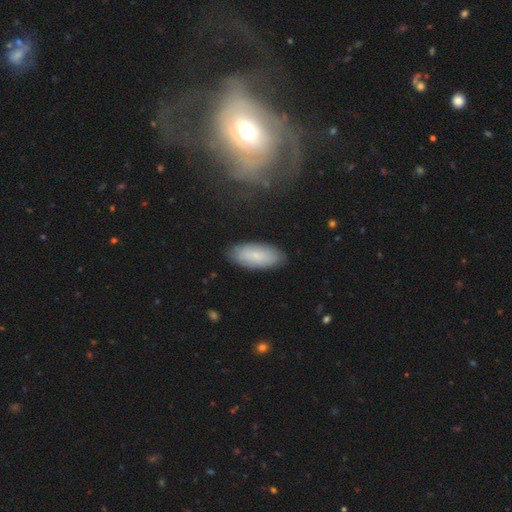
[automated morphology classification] type=smooth (76%); roundness=in between (84%); merging=none (84%).